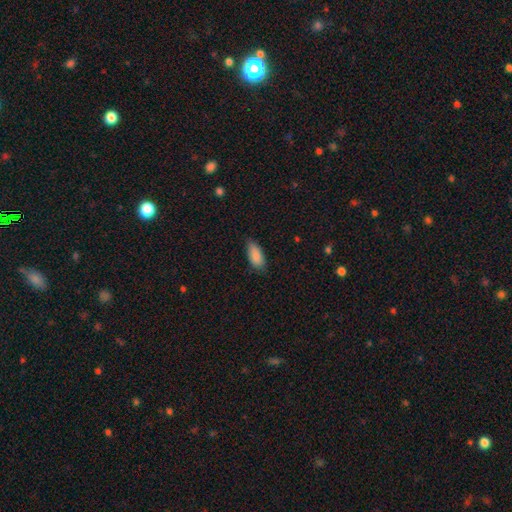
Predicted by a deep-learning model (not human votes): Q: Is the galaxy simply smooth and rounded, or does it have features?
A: smooth — 88%.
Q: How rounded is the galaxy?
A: in between — 86%.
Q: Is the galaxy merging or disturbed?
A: none — 79%.